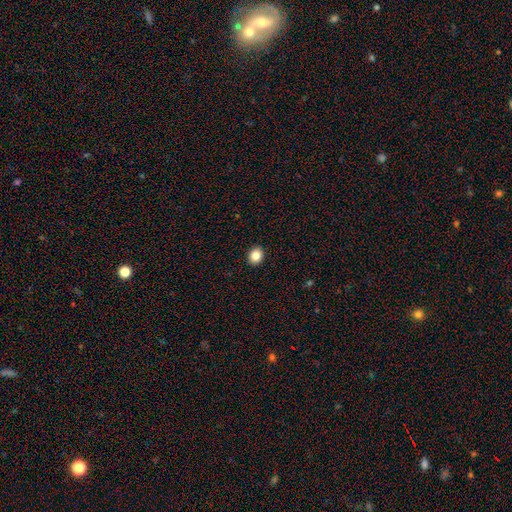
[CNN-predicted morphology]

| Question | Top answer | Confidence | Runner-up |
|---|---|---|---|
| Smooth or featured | smooth | 85% | star or artifact (10%) |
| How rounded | round | 62% | in between (38%) |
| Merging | none | 92% | minor disturbance (5%) |